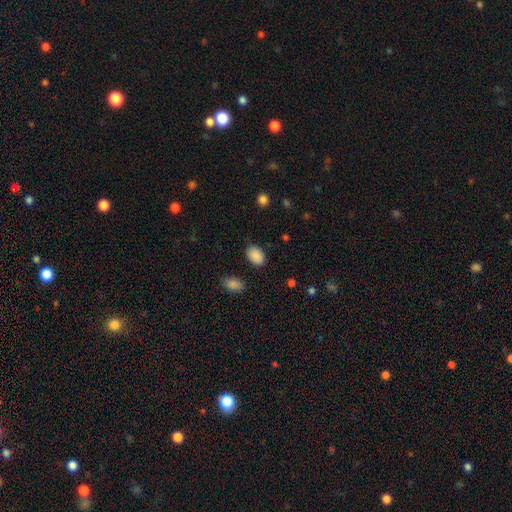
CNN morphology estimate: Smooth or featured: smooth — 89% (star or artifact — 8%)
How rounded: in between — 85% (round — 14%)
Merging: none — 84% (minor disturbance — 11%)